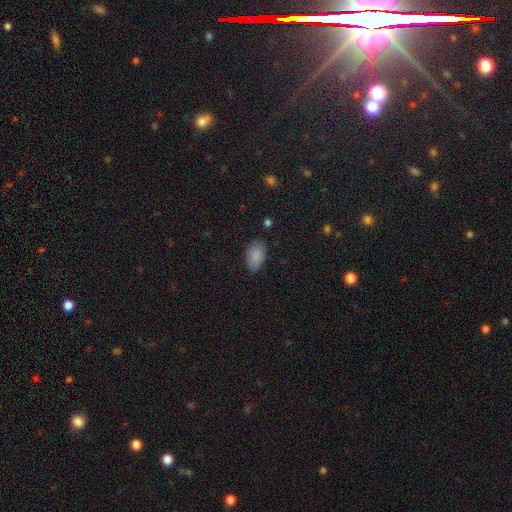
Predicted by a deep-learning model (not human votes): This appears to be a smooth galaxy with no disk features (87%) that is in between round and cigar-shaped (93%). Merging: none (80%).